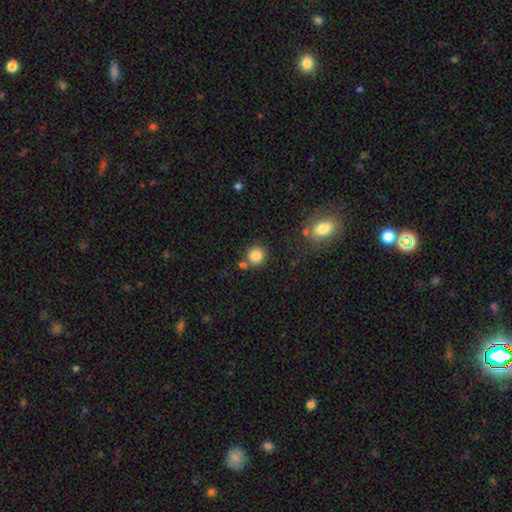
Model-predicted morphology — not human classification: Smooth or featured? smooth (84%)
How rounded? round (90%)
Merging? none (72%)